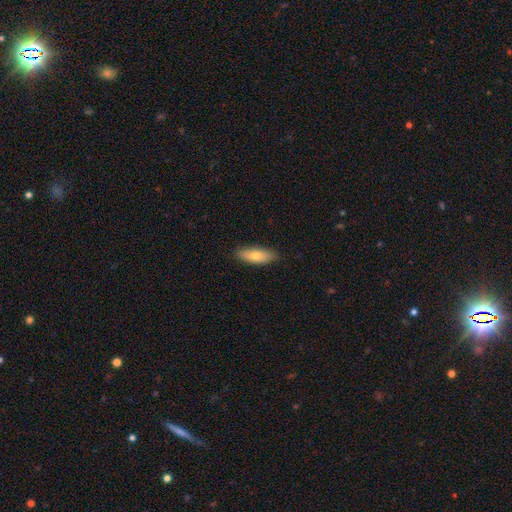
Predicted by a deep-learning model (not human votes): Smooth or featured? Predicted: smooth (p=0.75). How rounded? Predicted: in between (p=0.66). Merging? Predicted: none (p=0.87).